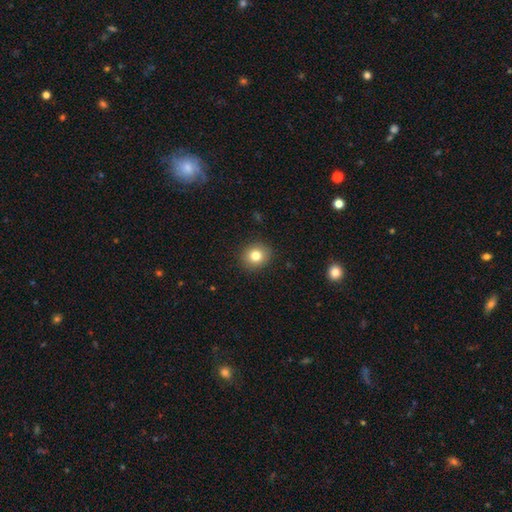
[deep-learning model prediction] The model was most divided on "how rounded": round: 80%, in between: 19%, cigar-shaped: 1%. More confident: merging — none (90%); smooth or featured — smooth (80%).